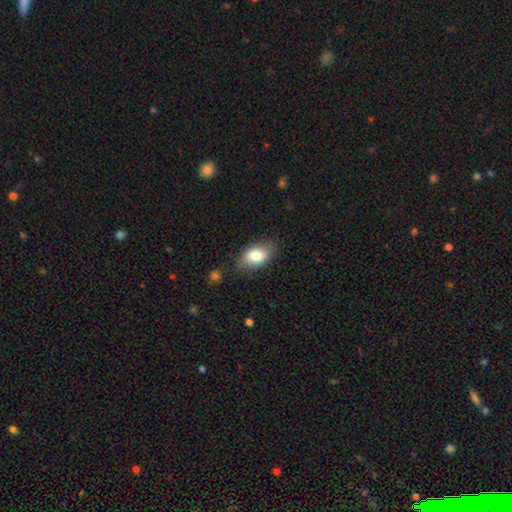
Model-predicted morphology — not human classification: Smooth or featured? Predicted: smooth (p=0.81). How rounded? Predicted: in between (p=0.88). Merging? Predicted: none (p=0.77).